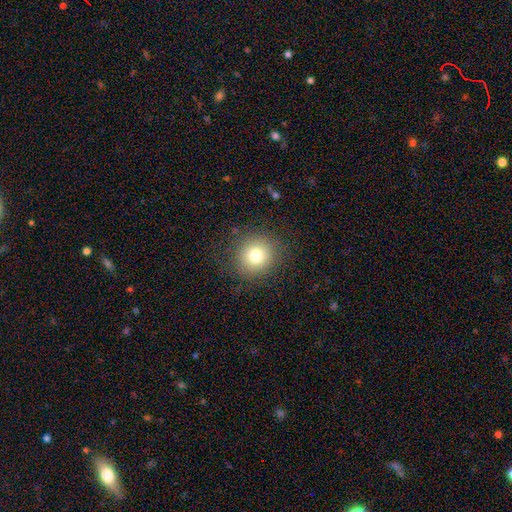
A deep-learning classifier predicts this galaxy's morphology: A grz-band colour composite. It shows a smooth galaxy with no disk features (77%) that is round (89%). Merging: none (85%).